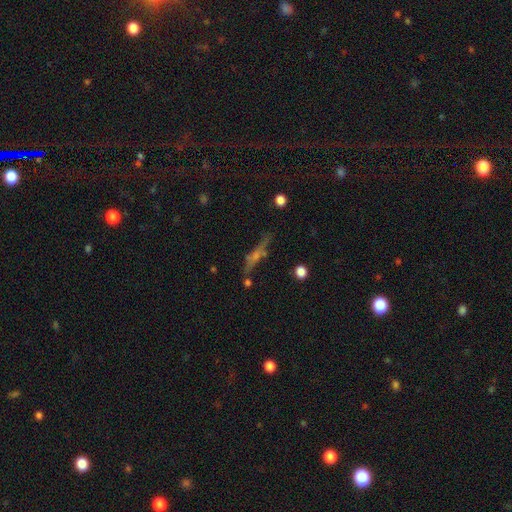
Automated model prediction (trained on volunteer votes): A featured or disk galaxy (50%) viewed edge-on (83%).

Vote fractions:
- Smooth or featured? featured or disk: 50% / smooth: 32% / star or artifact: 18%
- Edge-on disk? yes: 83% / no: 17%
- Merging? none: 69% / minor disturbance: 17% / major disturbance: 8% / merger: 6%